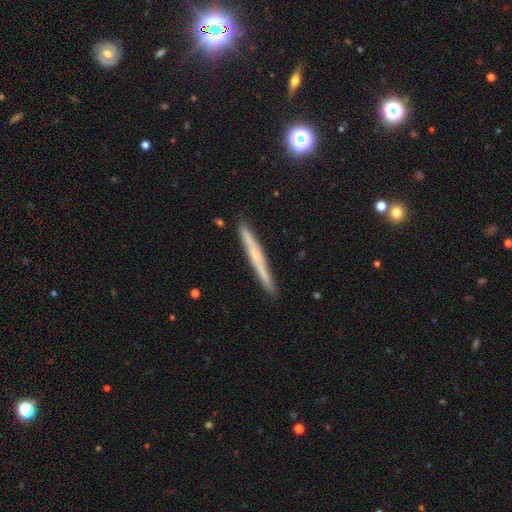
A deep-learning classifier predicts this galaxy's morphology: Q: Smooth or featured?
A: featured or disk (56%); runner-up: smooth (37%)
Q: Edge-on disk?
A: yes (96%); runner-up: no (4%)
Q: Edge-on bulge?
A: none (54%); runner-up: rounded (41%)
Q: Merging?
A: none (90%); runner-up: minor disturbance (7%)